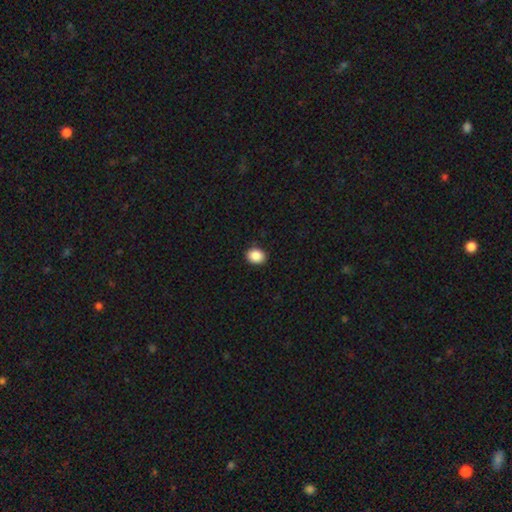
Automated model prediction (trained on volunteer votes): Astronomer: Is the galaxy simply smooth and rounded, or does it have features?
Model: smooth — 88%.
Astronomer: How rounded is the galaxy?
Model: in between — 50% (runner-up: round, 49%).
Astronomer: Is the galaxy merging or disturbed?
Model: none — 90%.